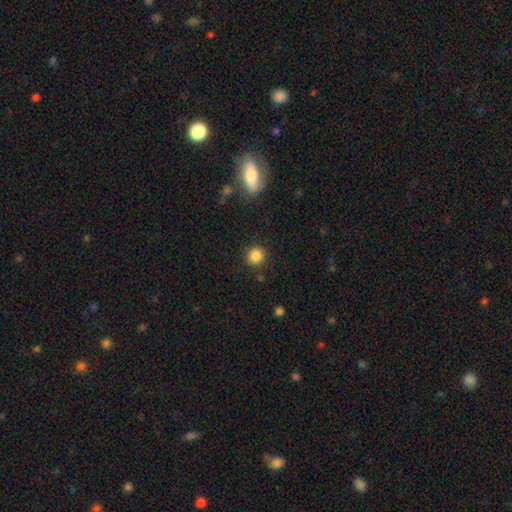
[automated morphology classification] This appears to be a smooth galaxy with no disk features (85%) that is round (93%). Merging: none (89%).